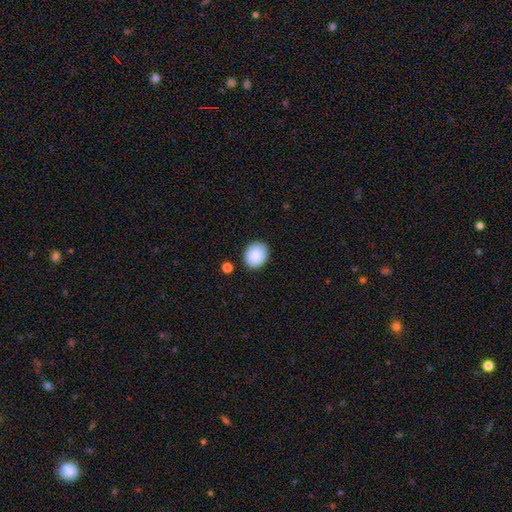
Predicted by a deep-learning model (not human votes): Overall: smooth (88%). How rounded: round (65%; in between 34%). Merging: none (86%).